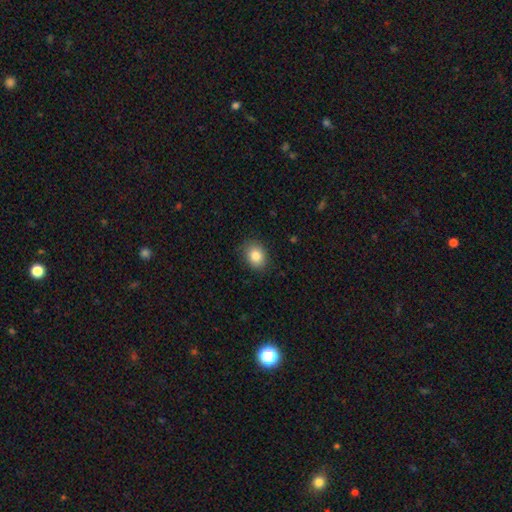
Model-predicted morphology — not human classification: A smooth galaxy with no disk features (85%) that is in between round and cigar-shaped (51%). Merging: none (83%).